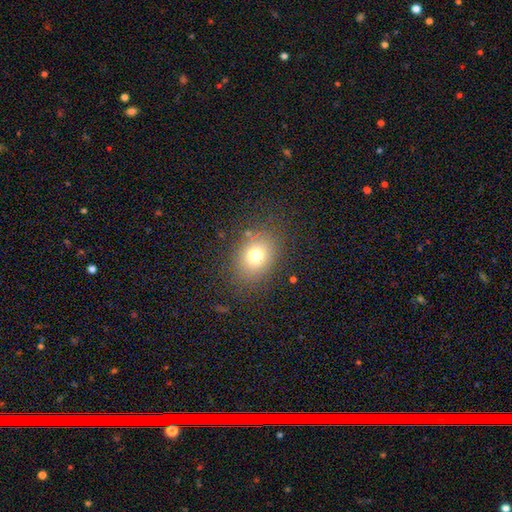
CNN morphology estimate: Smooth or featured: smooth — 73% (star or artifact — 15%)
How rounded: in between — 57% (round — 42%)
Merging: none — 83% (minor disturbance — 11%)